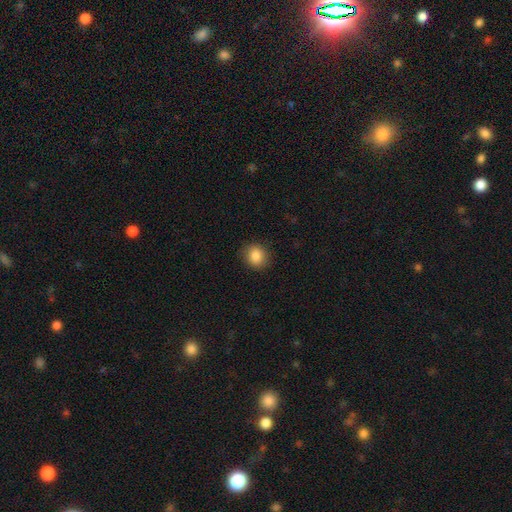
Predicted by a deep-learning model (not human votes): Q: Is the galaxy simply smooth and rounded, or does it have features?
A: smooth — 86%.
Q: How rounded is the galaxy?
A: round — 73%.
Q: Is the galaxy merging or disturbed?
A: none — 87%.